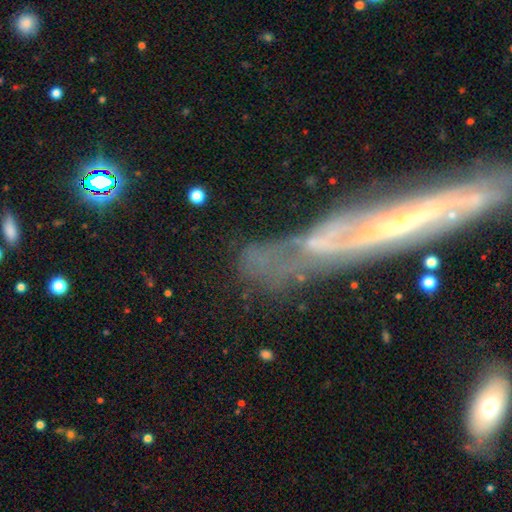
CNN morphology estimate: featured or disk 46%, smooth 33%, star or artifact 21%. Down the decision tree: merging — none (41%).